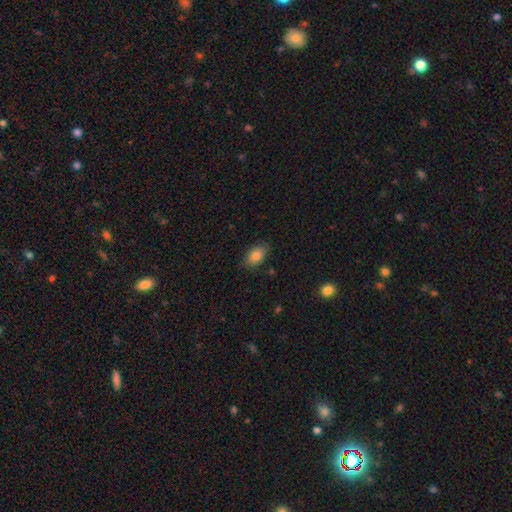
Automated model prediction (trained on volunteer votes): Overall: smooth (85%). How rounded: in between (91%). Merging: none (81%).